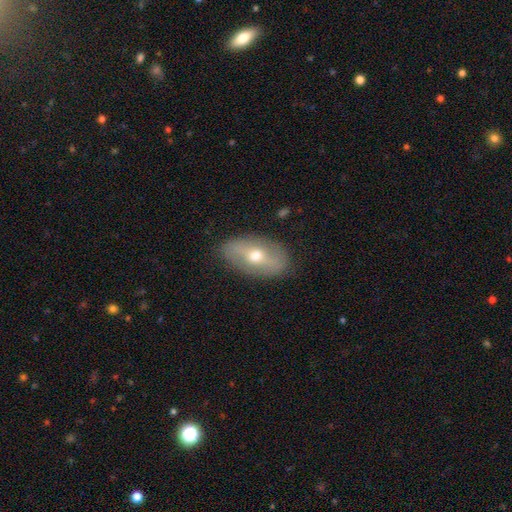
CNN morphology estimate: Smooth or featured: featured or disk — 49% (smooth — 44%)
Merging: none — 84% (minor disturbance — 12%)